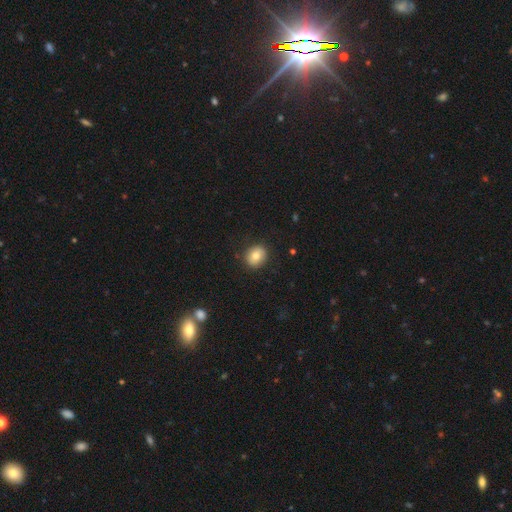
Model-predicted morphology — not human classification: This is likely a smooth galaxy (79%). How rounded: likely round (66%). Merging: clearly none (87%).